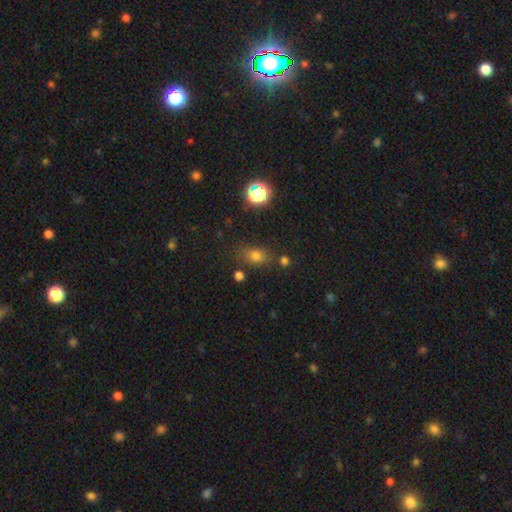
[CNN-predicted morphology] Smooth or featured: smooth — 72% (star or artifact — 19%)
How rounded: in between — 62% (round — 35%)
Merging: none — 74% (minor disturbance — 15%)